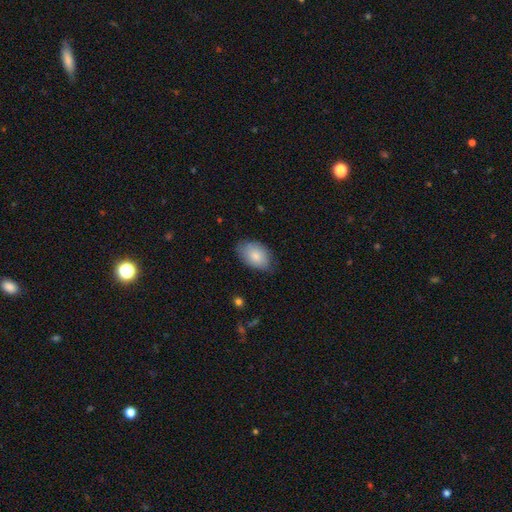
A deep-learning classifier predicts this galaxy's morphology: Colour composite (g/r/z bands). It shows a smooth galaxy with no disk features (83%) that is in between round and cigar-shaped (91%). Merging: none (72%).